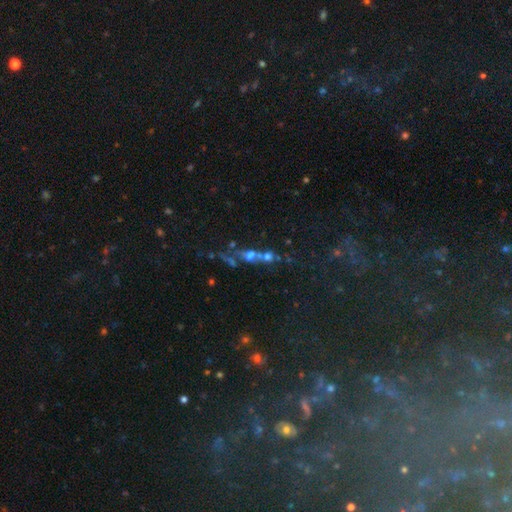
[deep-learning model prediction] Morphology: type=star or artifact (42%).